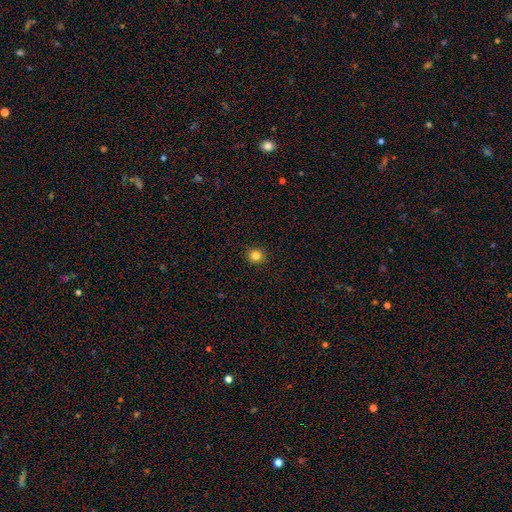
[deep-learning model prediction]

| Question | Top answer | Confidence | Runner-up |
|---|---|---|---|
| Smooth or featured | smooth | 83% | star or artifact (12%) |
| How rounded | round | 90% | in between (9%) |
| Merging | none | 93% | minor disturbance (5%) |